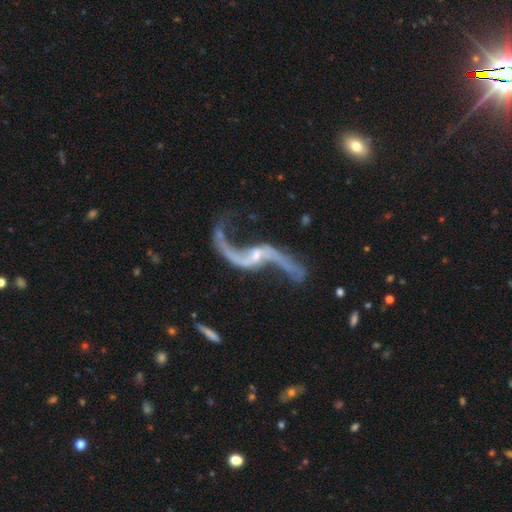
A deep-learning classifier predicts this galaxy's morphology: A featured or disk galaxy (91%) with no bar (49%), 2 (94%) loose (92%) spiral arms (97%) and a small central bulge (70%). Merging: none (65%).